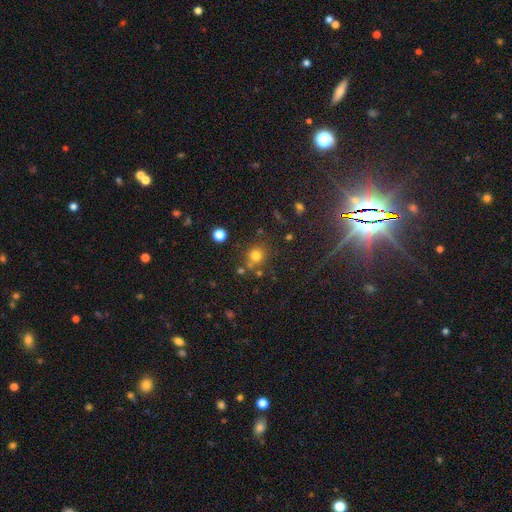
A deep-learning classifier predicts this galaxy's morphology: type=smooth (74%); roundness=round (90%); merging=none (72%).